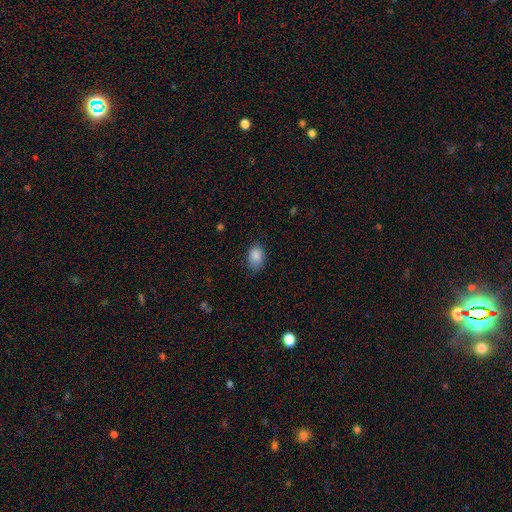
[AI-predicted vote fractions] smooth-or-featured: smooth: 87% | star or artifact: 8% | featured or disk: 5%
  how-rounded: in between: 81% | round: 18% | cigar-shaped: 1%
  merging: none: 70% | minor disturbance: 24% | major disturbance: 5% | merger: 1%